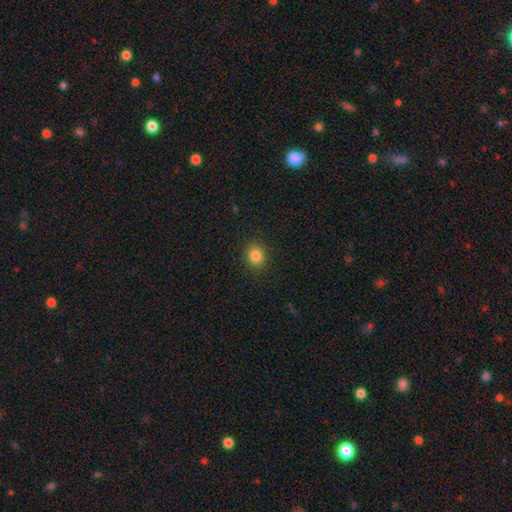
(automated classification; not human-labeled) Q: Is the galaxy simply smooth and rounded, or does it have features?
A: smooth — 83%.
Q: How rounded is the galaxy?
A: round — 78%.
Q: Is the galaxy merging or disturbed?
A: none — 90%.